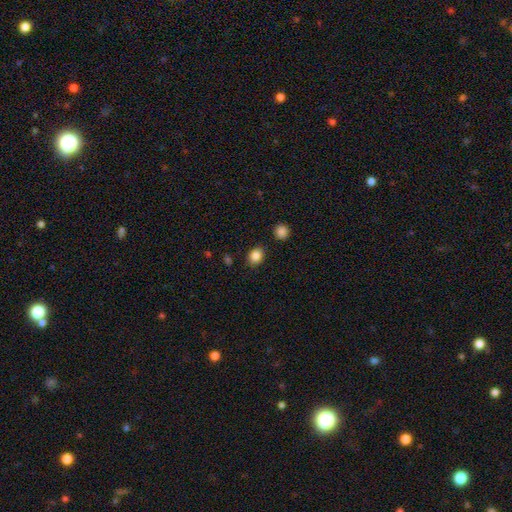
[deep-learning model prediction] This appears to be a smooth galaxy with no disk features (85%) that is round (56%). Merging: none (85%).